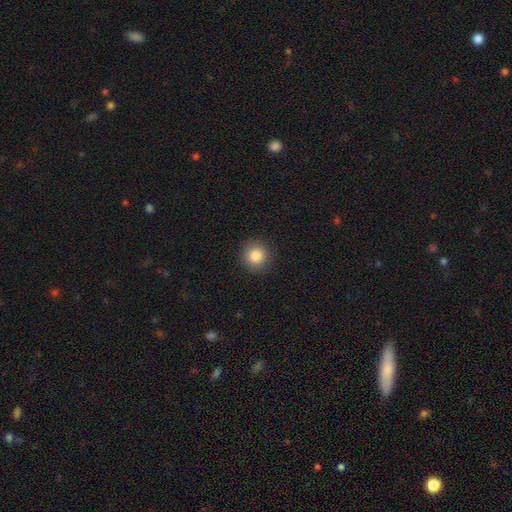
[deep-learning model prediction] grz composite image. It shows a smooth galaxy with no disk features (84%) that is round (93%). Merging: none (91%).